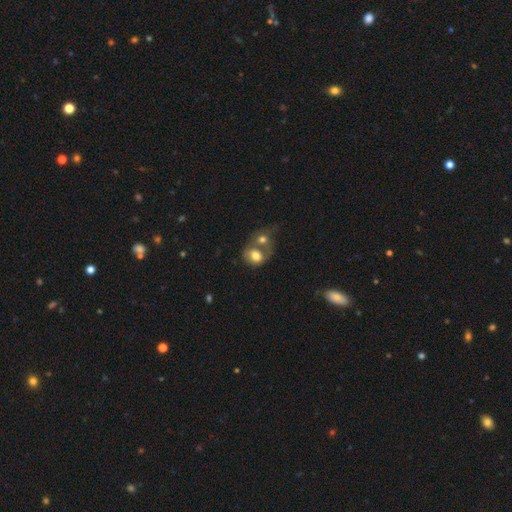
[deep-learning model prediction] smooth-or-featured: smooth: 72% | featured or disk: 20% | star or artifact: 9%
  how-rounded: in between: 53% | round: 46% | cigar-shaped: 1%
  merging: merger: 66% | none: 19% | minor disturbance: 8% | major disturbance: 7%